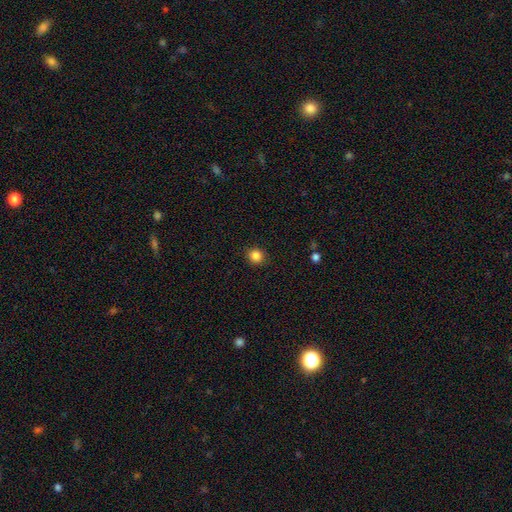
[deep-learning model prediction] Q: Smooth or featured?
A: smooth (86%); runner-up: star or artifact (11%)
Q: How rounded?
A: round (88%); runner-up: in between (11%)
Q: Merging?
A: none (90%); runner-up: minor disturbance (7%)